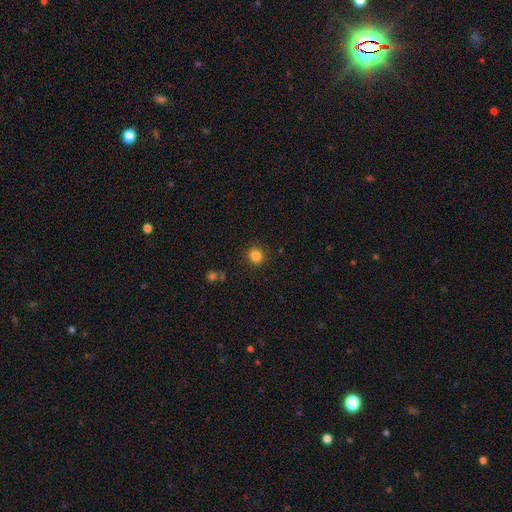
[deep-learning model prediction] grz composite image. It shows a smooth galaxy with no disk features (84%) that is round (89%). Merging: none (90%).